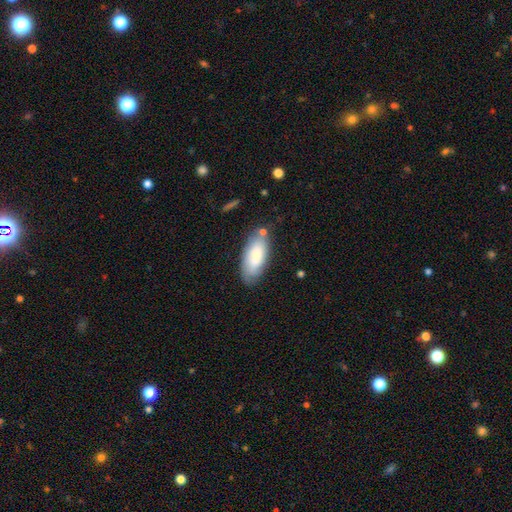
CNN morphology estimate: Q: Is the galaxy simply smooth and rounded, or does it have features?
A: smooth — 78%.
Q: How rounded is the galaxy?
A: in between — 84%.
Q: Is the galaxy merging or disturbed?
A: none — 69%.